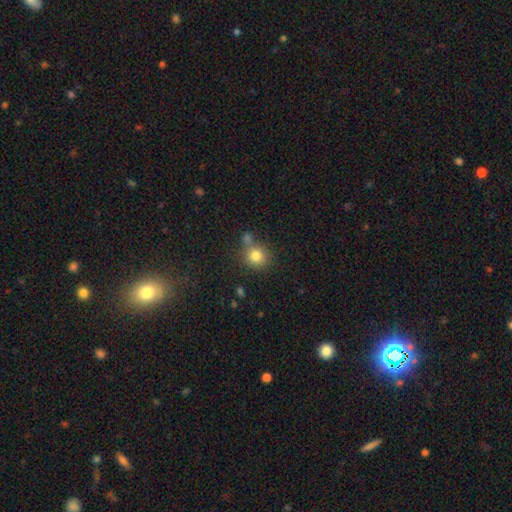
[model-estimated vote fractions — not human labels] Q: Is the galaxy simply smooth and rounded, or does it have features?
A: smooth — 81%.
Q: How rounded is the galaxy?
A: round — 87%.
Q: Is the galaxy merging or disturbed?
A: none — 64%.